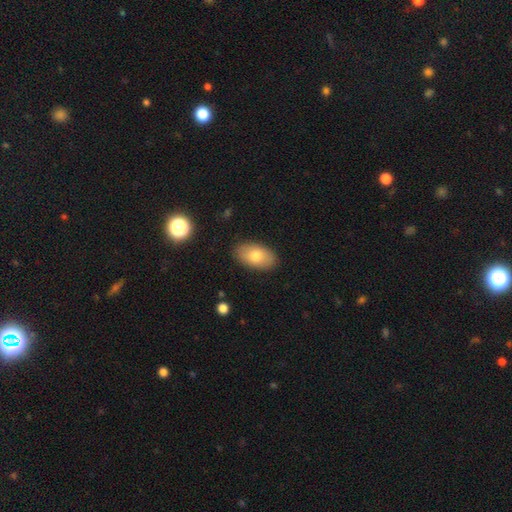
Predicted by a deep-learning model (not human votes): The model was most divided on "smooth or featured": smooth: 76%, featured or disk: 17%, star or artifact: 7%. More confident: how rounded — in between (93%); merging — none (87%).